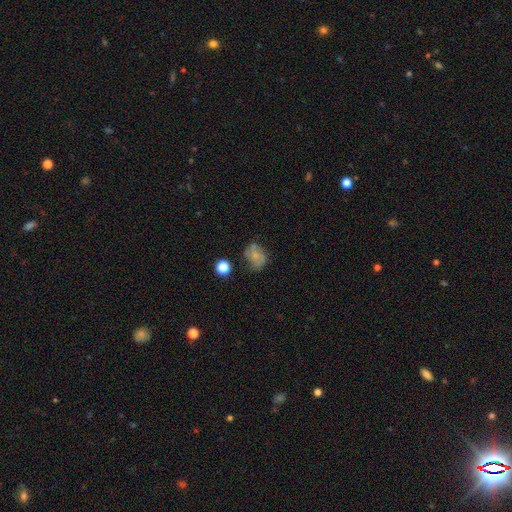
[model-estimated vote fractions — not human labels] This is possibly a smooth galaxy (58%). How rounded: possibly round (51%). Merging: possibly none (52%).